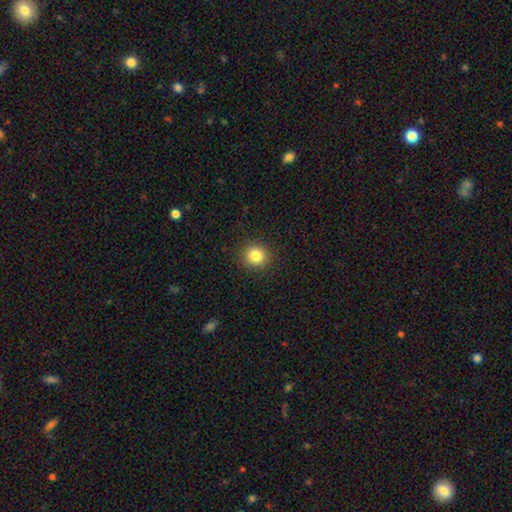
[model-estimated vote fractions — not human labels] Smooth or featured?
  - smooth: 84% *
  - star or artifact: 11%
  - featured or disk: 5%
How rounded?
  - round: 89% *
  - in between: 10%
  - cigar-shaped: 1%
Merging?
  - none: 91% *
  - minor disturbance: 6%
  - major disturbance: 2%
  - merger: 1%